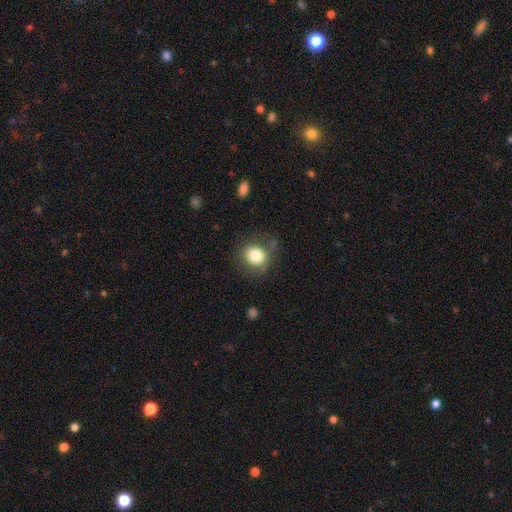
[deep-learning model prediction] Smooth or featured? smooth (80%)
How rounded? round (83%)
Merging? none (77%)